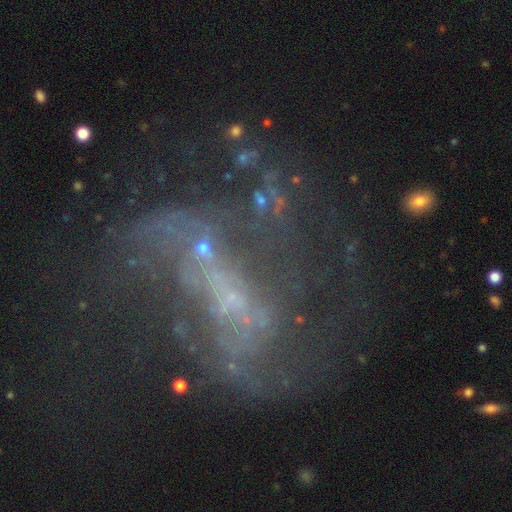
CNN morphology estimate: featured or disk 69%, star or artifact 20%, smooth 12%. Down the decision tree: edge-on disk — no (96%); bar — no (54%); spiral arms — yes (54%); bulge size — none (54%); merging — none (41%).